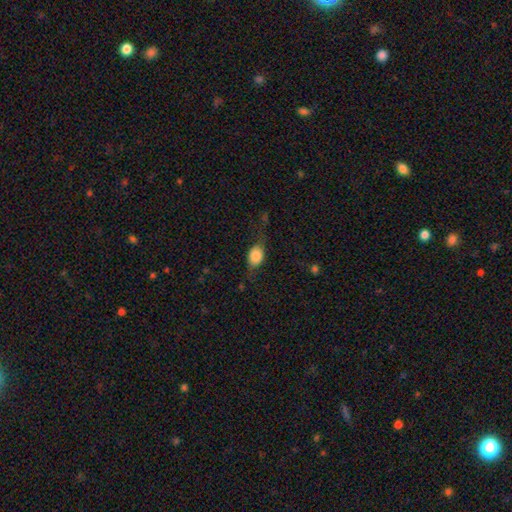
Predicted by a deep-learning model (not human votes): A smooth galaxy with no disk features (72%) that is in between round and cigar-shaped (67%). Merging: none (58%).